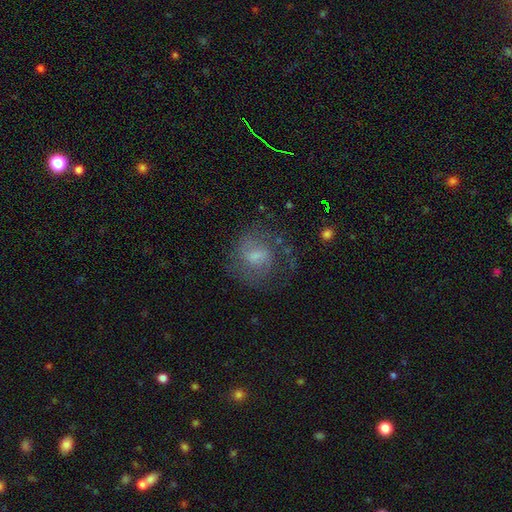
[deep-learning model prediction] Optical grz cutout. It shows a featured or disk galaxy (51%). Merging: none (57%).